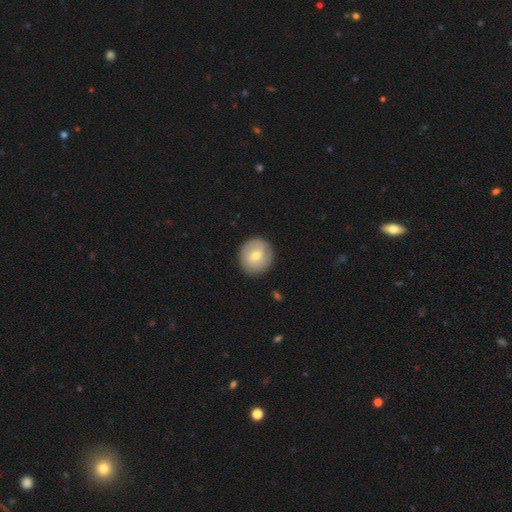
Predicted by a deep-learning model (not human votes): The model was most divided on "smooth or featured": smooth: 57%, featured or disk: 36%, star or artifact: 7%. More confident: how rounded — round (88%); merging — none (88%).